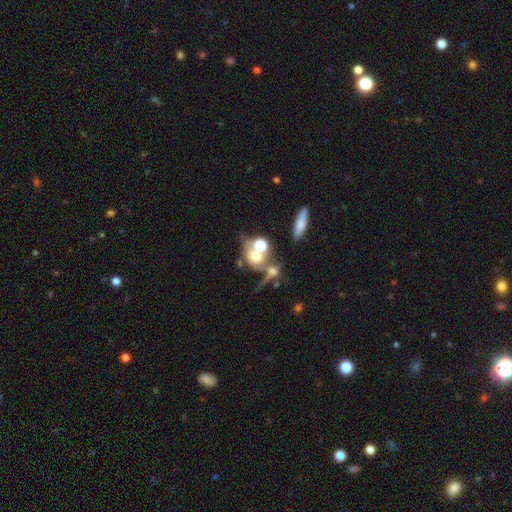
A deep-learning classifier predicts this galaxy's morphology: This appears to be a smooth galaxy with no disk features (53%) that is round (54%). Merging: merger (48%).